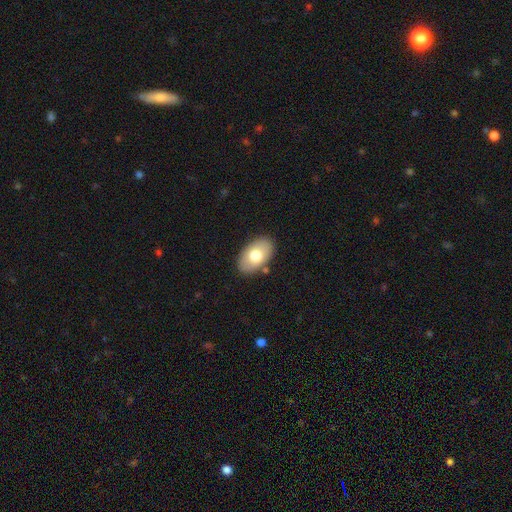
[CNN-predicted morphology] This appears to be a smooth galaxy with no disk features (73%) that is in between round and cigar-shaped (93%). Merging: none (85%).